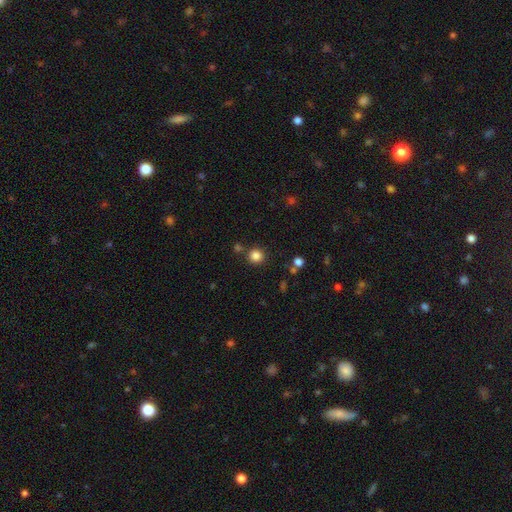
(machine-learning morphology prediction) Overall: smooth (84%). How rounded: round (94%). Merging: none (84%).